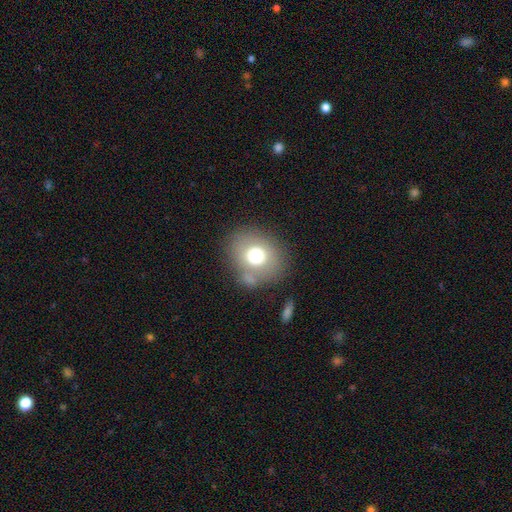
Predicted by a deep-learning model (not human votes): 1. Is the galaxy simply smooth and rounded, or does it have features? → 70% smooth, 19% featured or disk, 11% star or artifact.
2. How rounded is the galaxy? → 63% round, 36% in between, 1% cigar-shaped.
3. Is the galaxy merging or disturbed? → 70% none, 15% minor disturbance, 8% merger, 7% major disturbance.